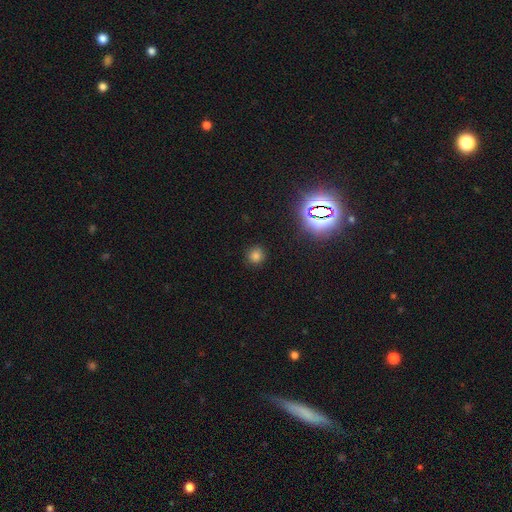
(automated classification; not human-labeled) Smooth or featured?
  - smooth: 76% *
  - star or artifact: 19%
  - featured or disk: 5%
How rounded?
  - round: 90% *
  - in between: 9%
  - cigar-shaped: 1%
Merging?
  - none: 88% *
  - minor disturbance: 8%
  - major disturbance: 2%
  - merger: 1%